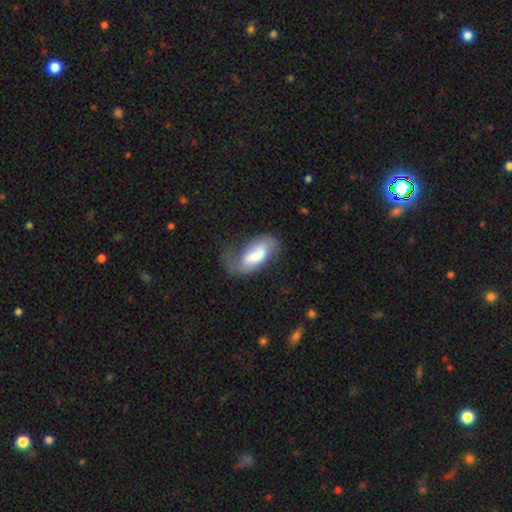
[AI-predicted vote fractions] This appears to be a smooth galaxy with no disk features (57%) that is in between round and cigar-shaped (89%). Merging: major disturbance (32%, tied with minor disturbance and none).